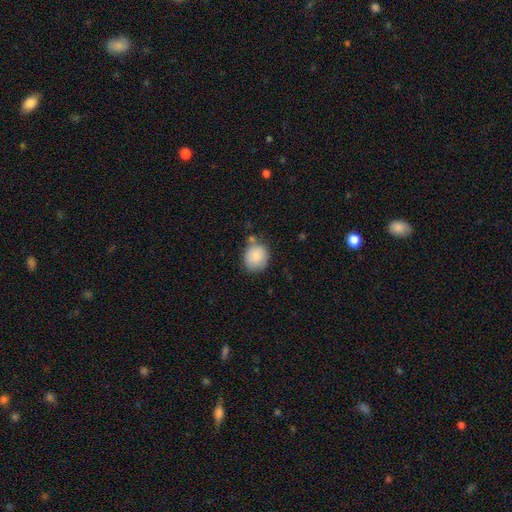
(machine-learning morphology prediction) smooth_or_featured: smooth (p=0.86) [alt: star or artifact p=0.07]
how_rounded: round (p=0.73) [alt: in between p=0.26]
merging: none (p=0.67) [alt: minor disturbance p=0.19]